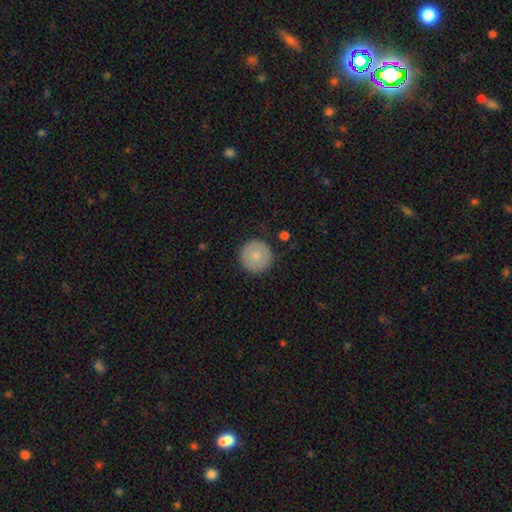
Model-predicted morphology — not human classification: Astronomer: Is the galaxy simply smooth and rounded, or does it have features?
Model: smooth — 83%.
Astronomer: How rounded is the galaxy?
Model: round — 96%.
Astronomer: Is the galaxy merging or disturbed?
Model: none — 90%.